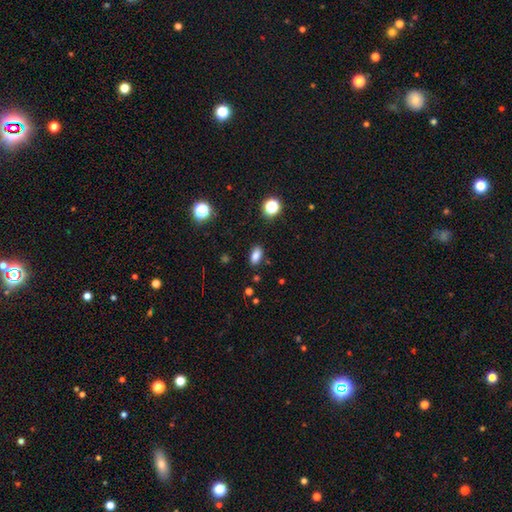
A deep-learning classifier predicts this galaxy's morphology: This is clearly a smooth galaxy (82%). How rounded: clearly in between (88%). Merging: clearly none (87%).